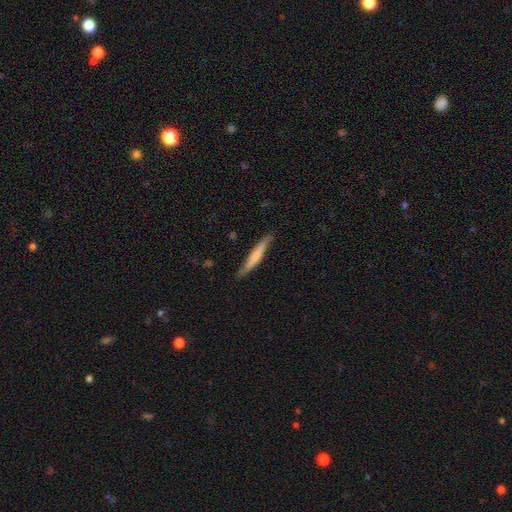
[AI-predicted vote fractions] smooth_or_featured: smooth (p=0.51) [alt: featured or disk p=0.44]
how_rounded: cigar-shaped (p=0.93) [alt: in between p=0.06]
merging: none (p=0.79) [alt: minor disturbance p=0.17]